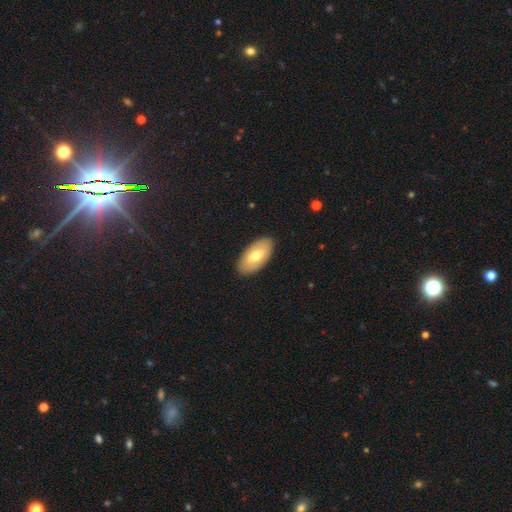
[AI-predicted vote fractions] Smooth or featured: smooth — 62% (featured or disk — 33%)
How rounded: in between — 94% (cigar-shaped — 3%)
Merging: none — 88% (minor disturbance — 8%)